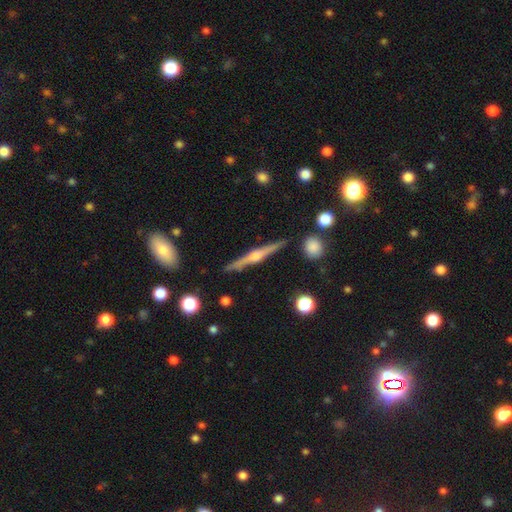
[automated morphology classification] Smooth or featured? Predicted: featured or disk (p=0.78). Edge-on disk? Predicted: yes (p=0.98). Edge-on bulge? Predicted: rounded (p=0.85). Merging? Predicted: none (p=0.89).